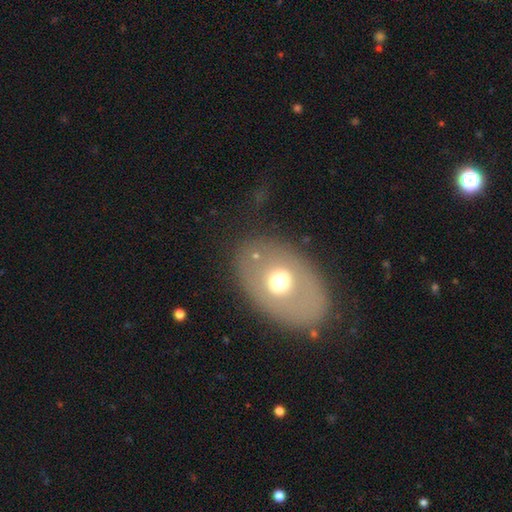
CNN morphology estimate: smooth 53%, featured or disk 38%, star or artifact 9%. Down the decision tree: how rounded — in between (77%); merging — none (77%).